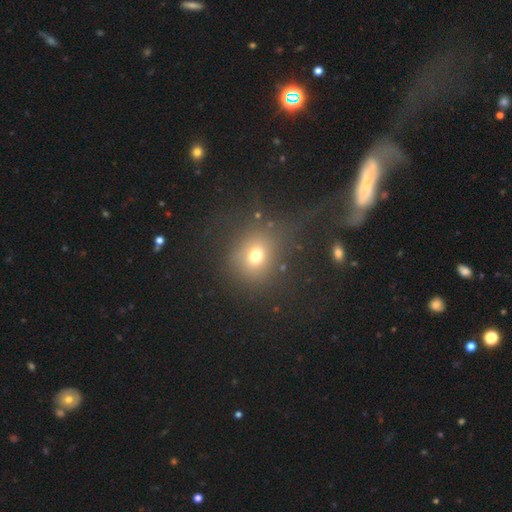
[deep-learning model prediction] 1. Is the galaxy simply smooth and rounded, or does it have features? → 69% smooth, 19% star or artifact, 11% featured or disk.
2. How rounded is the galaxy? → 73% round, 25% in between, 1% cigar-shaped.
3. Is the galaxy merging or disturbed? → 70% none, 13% major disturbance, 13% minor disturbance, 4% merger.